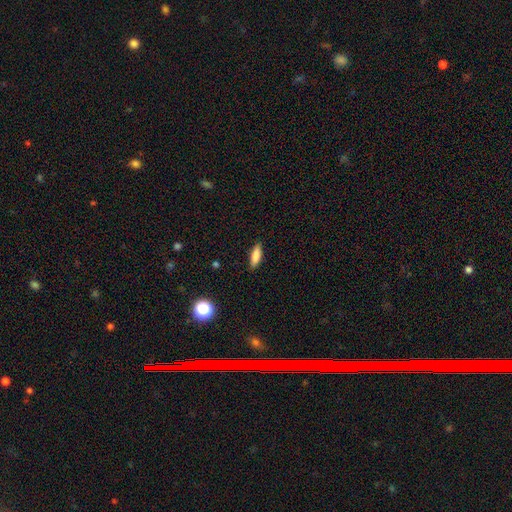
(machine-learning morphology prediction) This is clearly a smooth galaxy (85%). How rounded: possibly in between (56%). Merging: clearly none (87%).